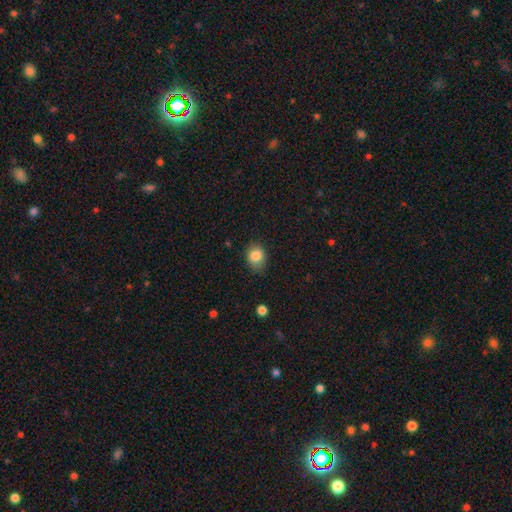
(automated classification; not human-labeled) A smooth galaxy with no disk features (84%) that is round (56%).

Vote fractions:
- Smooth or featured? smooth: 84% / star or artifact: 10% / featured or disk: 6%
- How rounded? round: 56% / in between: 43% / cigar-shaped: 1%
- Merging? none: 70% / minor disturbance: 23% / major disturbance: 5% / merger: 1%